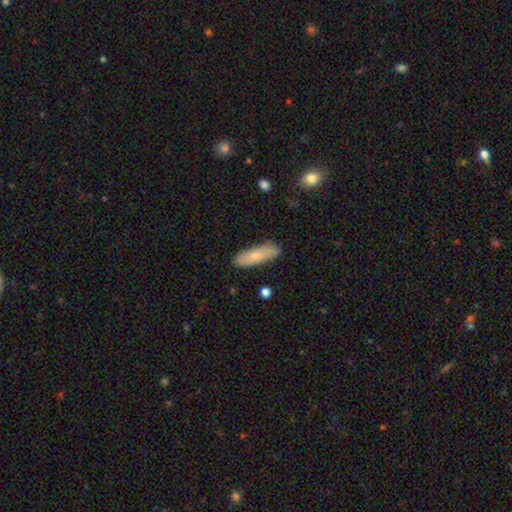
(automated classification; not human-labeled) Overall: smooth (78%). How rounded: cigar-shaped (55%; in between 43%). Merging: none (86%).